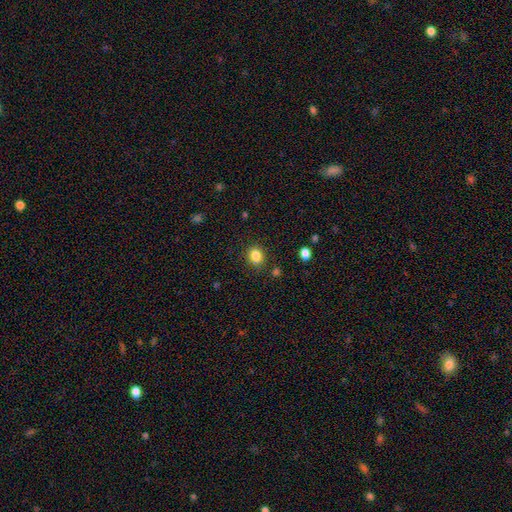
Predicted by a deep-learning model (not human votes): smooth_or_featured: smooth (p=0.84) [alt: star or artifact p=0.11]
how_rounded: round (p=0.73) [alt: in between p=0.26]
merging: none (p=0.86) [alt: minor disturbance p=0.09]